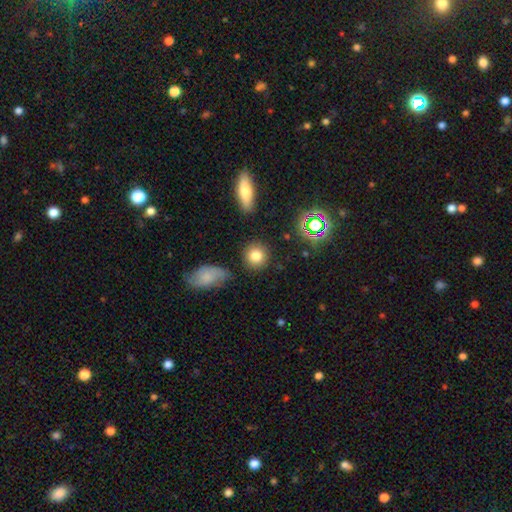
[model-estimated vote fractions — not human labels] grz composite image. It shows a smooth galaxy with no disk features (80%) that is round (89%). Merging: none (86%).